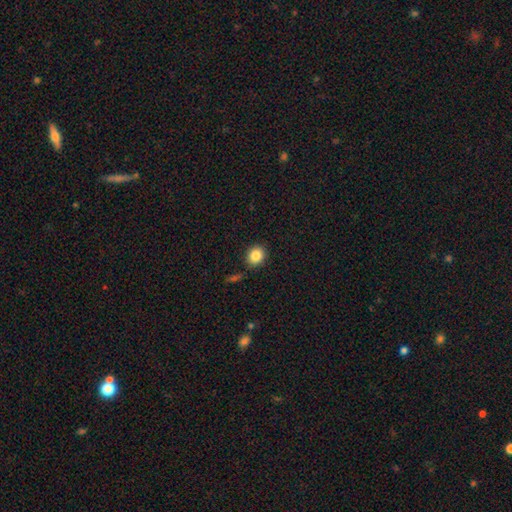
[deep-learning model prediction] Overall: smooth (85%). How rounded: round (73%). Merging: none (85%).